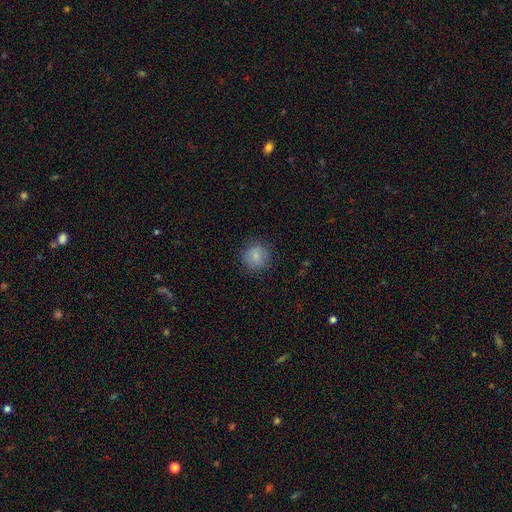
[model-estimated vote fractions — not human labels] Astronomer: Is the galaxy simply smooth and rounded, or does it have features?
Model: smooth — 83%.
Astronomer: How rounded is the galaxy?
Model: round — 90%.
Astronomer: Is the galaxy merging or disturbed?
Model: none — 83%.